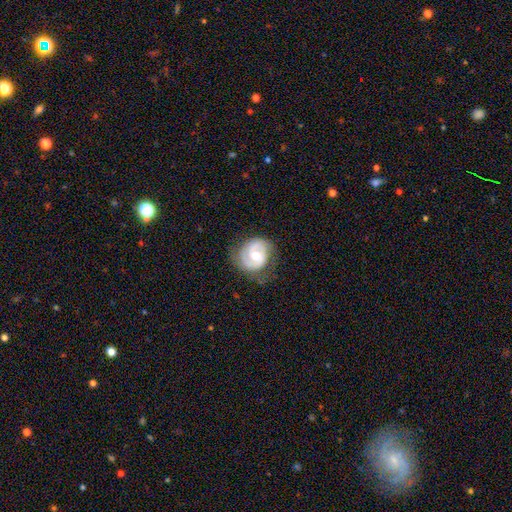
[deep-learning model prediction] The model was most divided on "bar": weak: 47%, no: 40%, strong: 13%. Remaining: edge-on disk — no (98%); spiral arms — yes (92%); spiral arm count — 2 (82%); smooth or featured — featured or disk (79%); merging — none (73%); bulge size — moderate (69%); spiral winding — tight (48%).